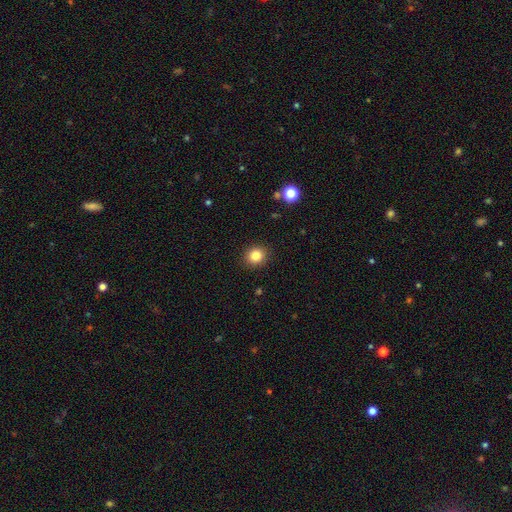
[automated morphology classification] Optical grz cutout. It shows a smooth galaxy with no disk features (84%) that is round (80%). Merging: none (90%).